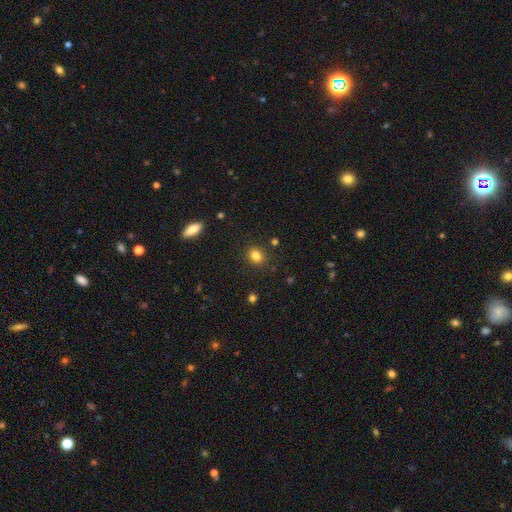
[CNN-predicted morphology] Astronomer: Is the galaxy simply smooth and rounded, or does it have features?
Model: smooth — 84%.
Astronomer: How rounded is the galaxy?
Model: round — 50% (runner-up: in between, 48%).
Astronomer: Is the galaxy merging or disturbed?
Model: none — 86%.